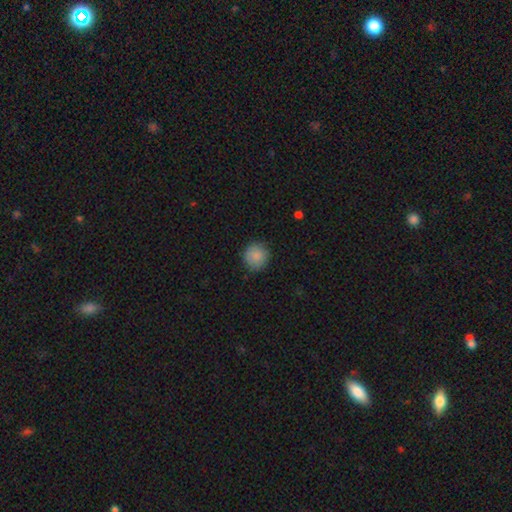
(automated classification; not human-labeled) The model was most divided on "merging": none: 85%, minor disturbance: 11%, major disturbance: 3%, merger: 1%. More confident: how rounded — round (90%); smooth or featured — smooth (87%).